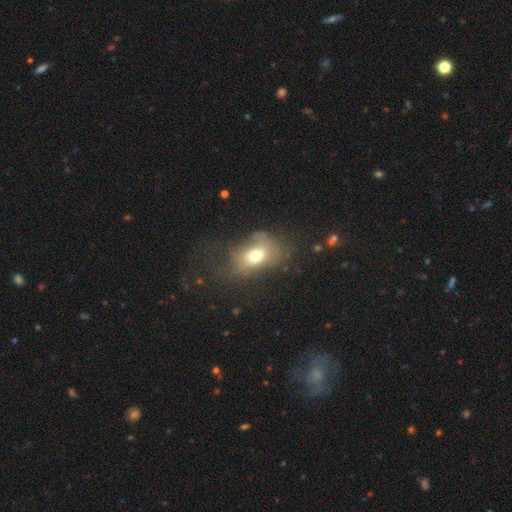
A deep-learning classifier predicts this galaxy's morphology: This appears to be a smooth galaxy with no disk features (65%) that is in between round and cigar-shaped (74%). Merging: none (38%).